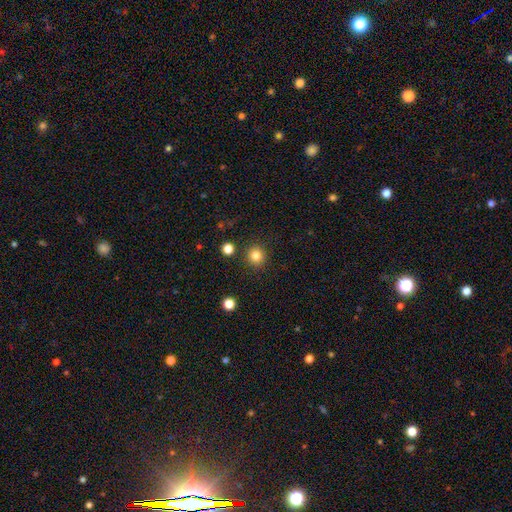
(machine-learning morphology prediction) type=smooth (83%); roundness=round (93%); merging=none (90%).